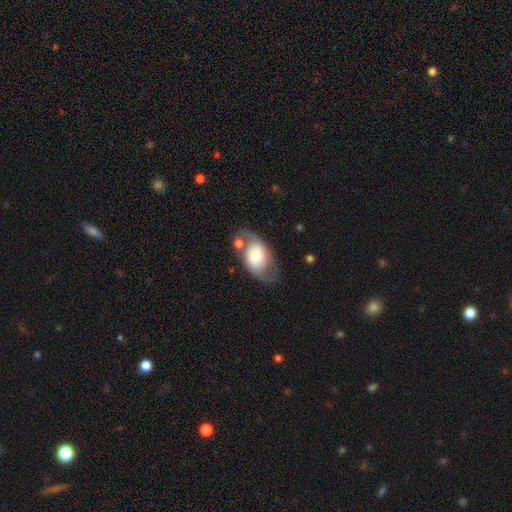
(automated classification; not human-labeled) Q: Smooth or featured?
A: smooth (49%); runner-up: featured or disk (45%)
Q: Merging?
A: none (48%); runner-up: minor disturbance (23%)